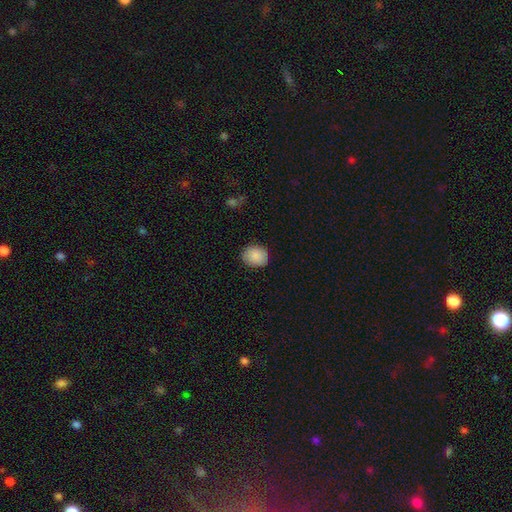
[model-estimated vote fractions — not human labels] A smooth galaxy with no disk features (89%) that is round (68%). Merging: none (86%).